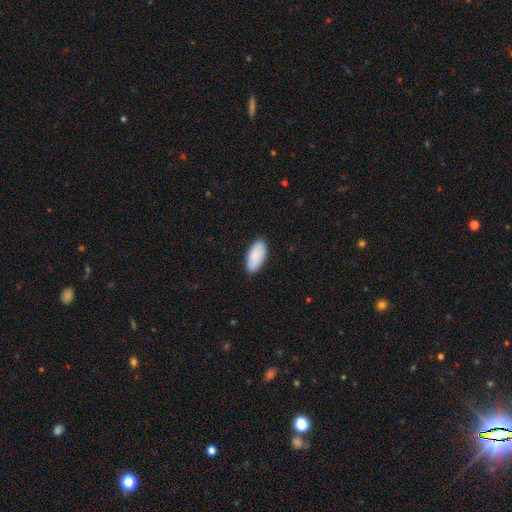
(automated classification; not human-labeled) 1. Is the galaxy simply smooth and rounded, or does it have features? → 89% smooth, 6% featured or disk, 5% star or artifact.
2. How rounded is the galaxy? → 94% in between, 5% cigar-shaped, 2% round.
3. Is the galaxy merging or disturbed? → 88% none, 10% minor disturbance, 2% major disturbance, 1% merger.